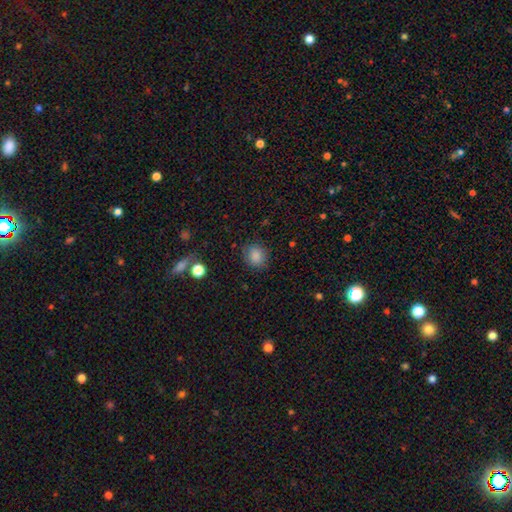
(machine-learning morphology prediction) Smooth or featured? smooth (86%)
How rounded? round (70%)
Merging? none (83%)